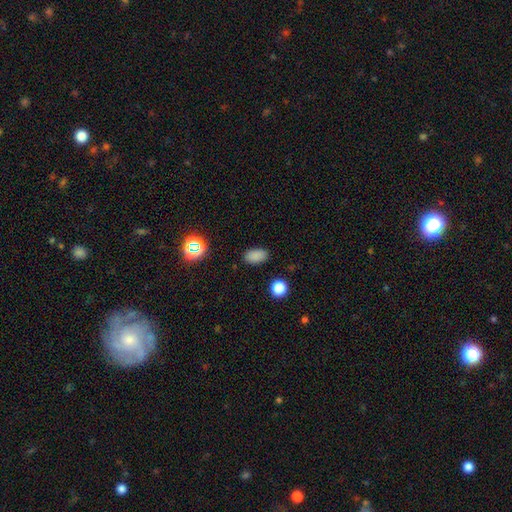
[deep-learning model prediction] This appears to be a smooth galaxy with no disk features (82%) that is in between round and cigar-shaped (90%). Merging: none (87%).